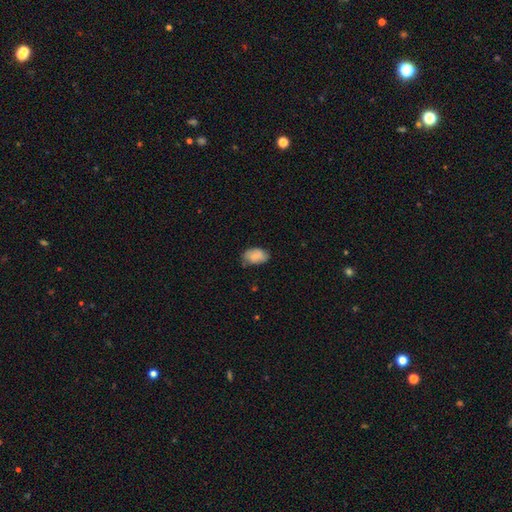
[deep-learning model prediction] Smooth or featured: smooth — 81% (featured or disk — 12%)
How rounded: in between — 90% (round — 9%)
Merging: none — 64% (minor disturbance — 29%)